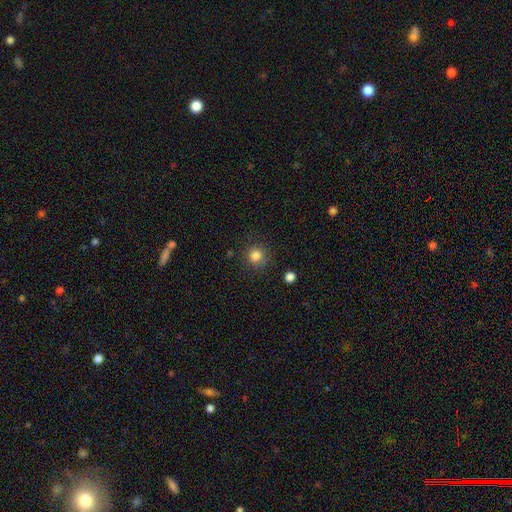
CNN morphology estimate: This is clearly a smooth galaxy (83%). How rounded: clearly round (93%). Merging: clearly none (85%).